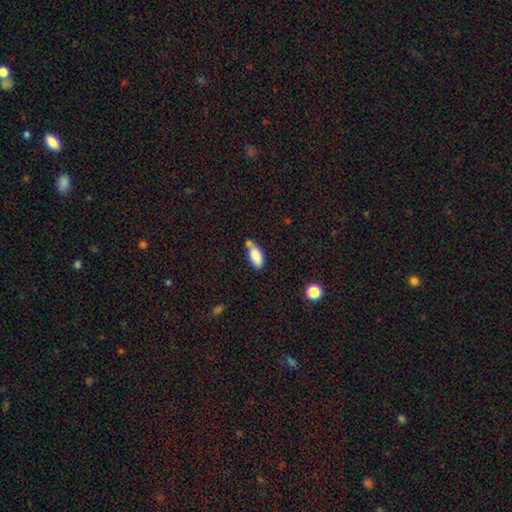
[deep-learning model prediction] A smooth galaxy with no disk features (82%) that is in between round and cigar-shaped (87%). Merging: none (43%).